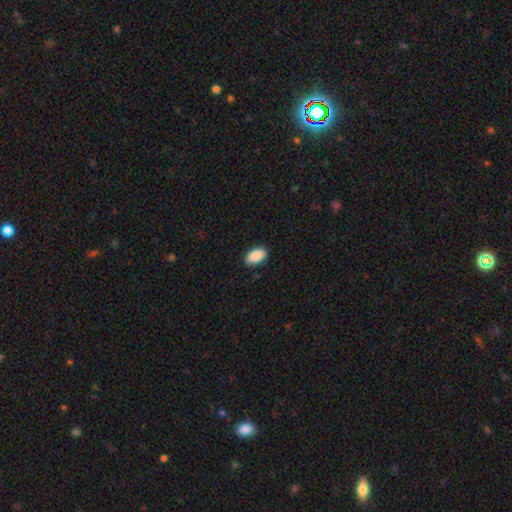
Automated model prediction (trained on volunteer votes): smooth_or_featured: smooth (p=0.91) [alt: star or artifact p=0.06]
how_rounded: in between (p=0.94) [alt: round p=0.04]
merging: none (p=0.89) [alt: minor disturbance p=0.08]